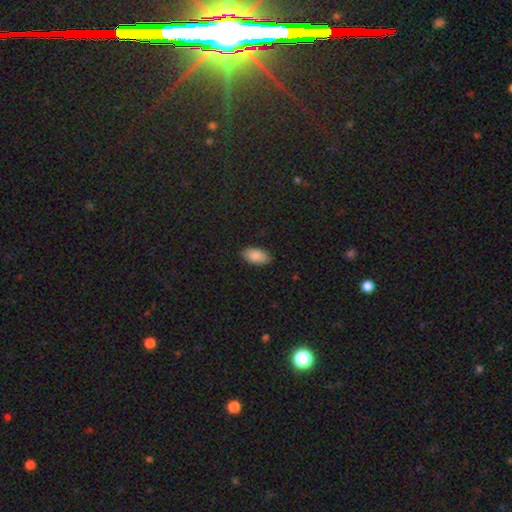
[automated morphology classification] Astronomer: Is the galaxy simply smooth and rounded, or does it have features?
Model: smooth — 88%.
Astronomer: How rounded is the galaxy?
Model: in between — 94%.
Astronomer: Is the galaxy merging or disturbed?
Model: none — 88%.